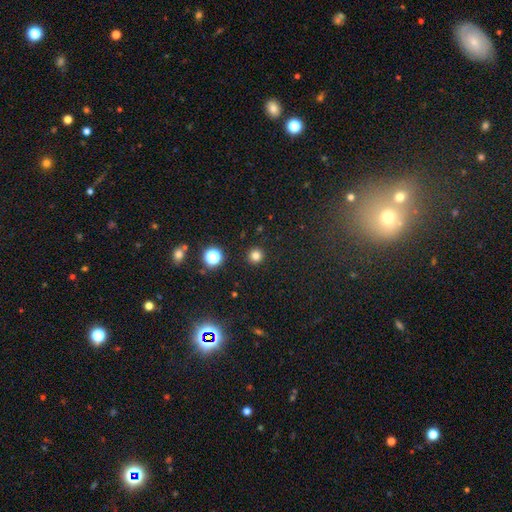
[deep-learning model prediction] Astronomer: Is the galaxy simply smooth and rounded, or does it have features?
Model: smooth — 80%.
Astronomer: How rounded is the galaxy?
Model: round — 95%.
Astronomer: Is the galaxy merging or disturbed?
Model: none — 93%.